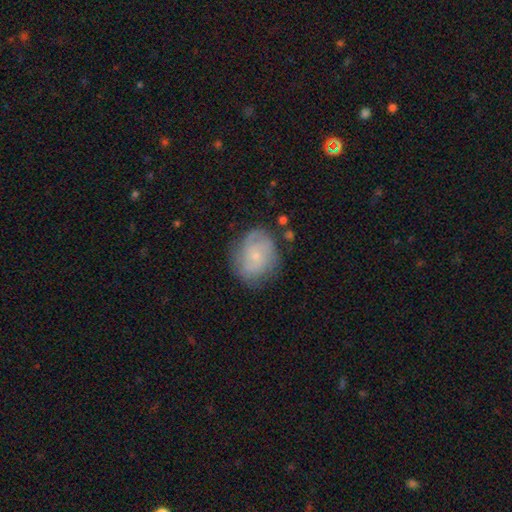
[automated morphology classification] smooth_or_featured: featured or disk (p=0.53) [alt: smooth p=0.39]
disk_edge_on: no (p=0.97) [alt: yes p=0.03]
bar: no (p=0.80) [alt: weak p=0.17]
has_spiral_arms: yes (p=0.76) [alt: no p=0.24]
bulge_size: small (p=0.79) [alt: moderate p=0.15]
merging: none (p=0.67) [alt: minor disturbance p=0.23]